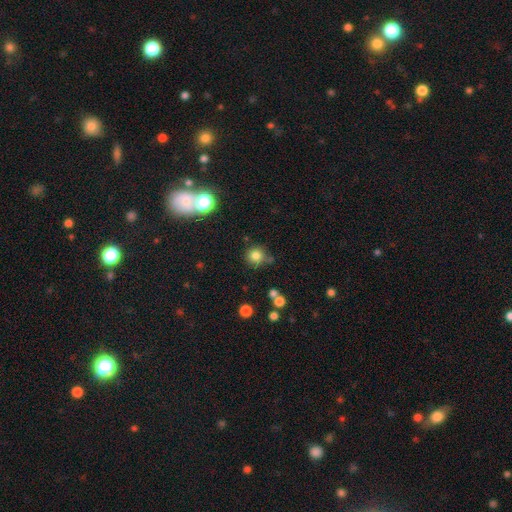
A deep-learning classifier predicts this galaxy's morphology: Q: Smooth or featured?
A: smooth (81%); runner-up: star or artifact (13%)
Q: How rounded?
A: round (92%); runner-up: in between (7%)
Q: Merging?
A: none (77%); runner-up: minor disturbance (12%)